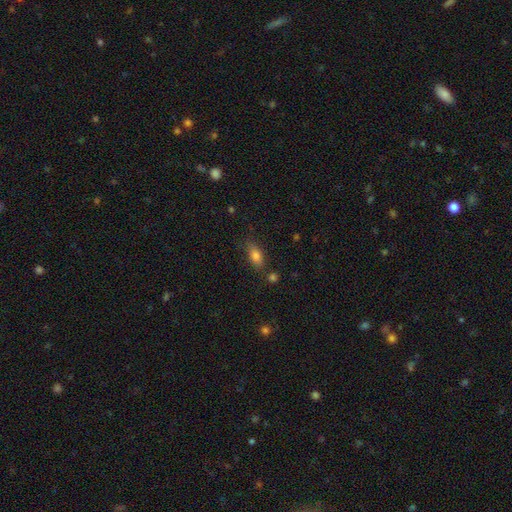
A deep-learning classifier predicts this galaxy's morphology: Smooth or featured: smooth — 78% (featured or disk — 12%)
How rounded: in between — 81% (cigar-shaped — 13%)
Merging: none — 74% (minor disturbance — 16%)